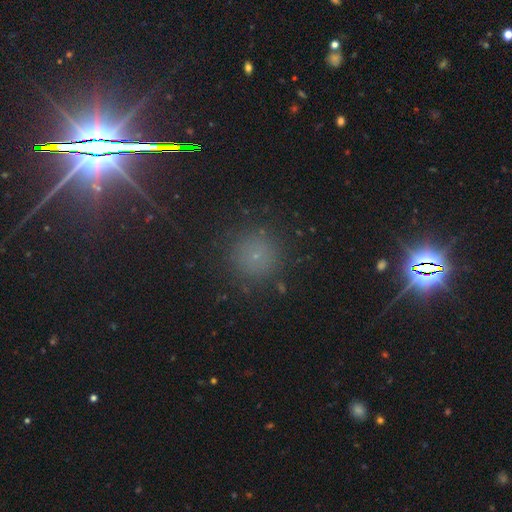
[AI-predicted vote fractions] Smooth or featured: smooth — 56% (star or artifact — 34%)
How rounded: round — 95% (in between — 4%)
Merging: none — 86% (minor disturbance — 8%)